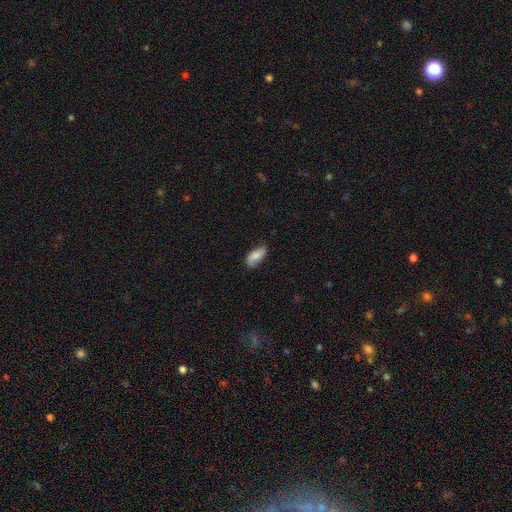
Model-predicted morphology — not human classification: Q: Smooth or featured?
A: smooth (77%); runner-up: featured or disk (17%)
Q: How rounded?
A: in between (89%); runner-up: cigar-shaped (9%)
Q: Merging?
A: none (72%); runner-up: minor disturbance (23%)